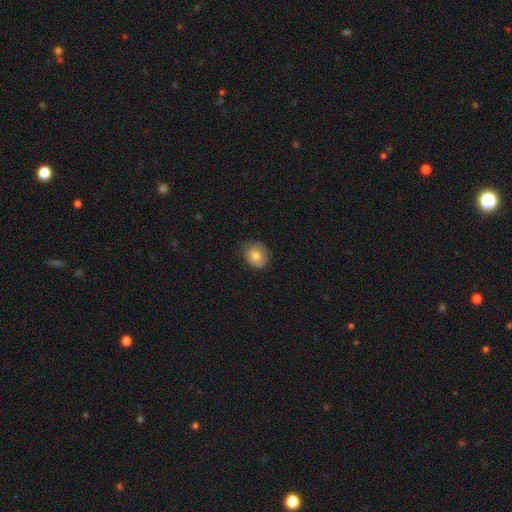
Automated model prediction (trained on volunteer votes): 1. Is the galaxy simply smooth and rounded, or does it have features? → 74% smooth, 17% featured or disk, 9% star or artifact.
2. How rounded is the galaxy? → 84% round, 15% in between, 1% cigar-shaped.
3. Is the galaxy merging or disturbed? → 77% none, 19% minor disturbance, 4% major disturbance, 1% merger.